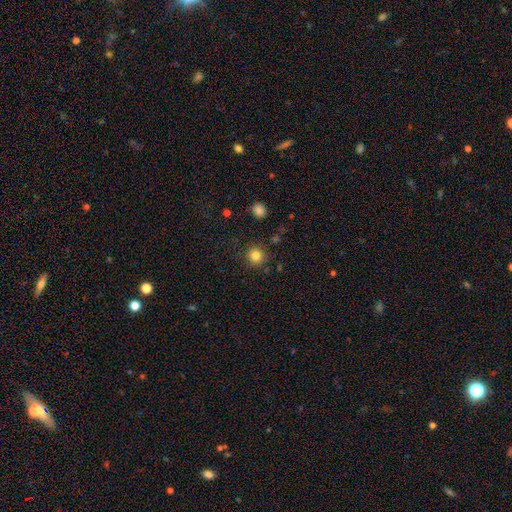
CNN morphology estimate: This appears to be a smooth galaxy with no disk features (83%) that is round (93%). Merging: none (89%).